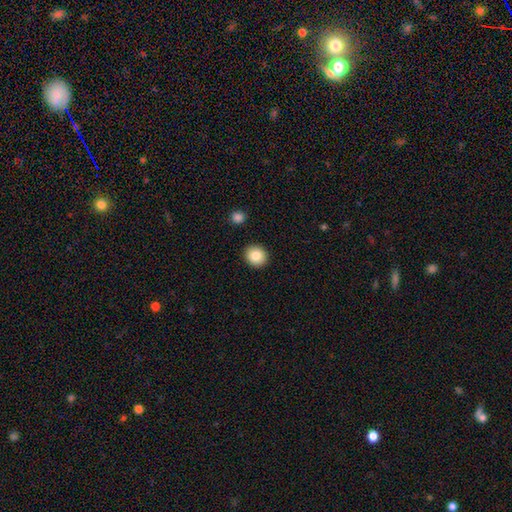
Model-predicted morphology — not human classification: smooth 84%, star or artifact 9%, featured or disk 7%. Down the decision tree: how rounded — round (86%); merging — none (92%).